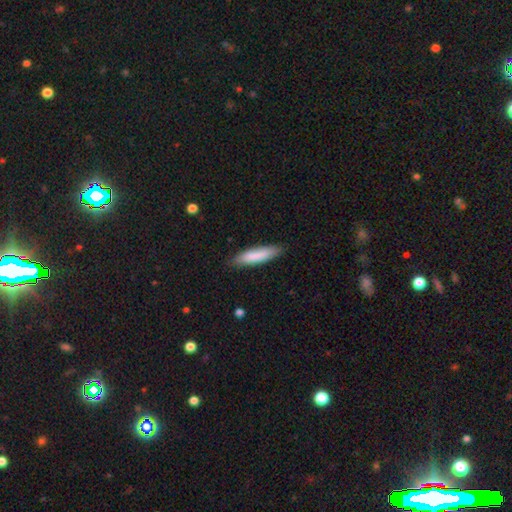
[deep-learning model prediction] A smooth galaxy with no disk features (81%) that is cigar-shaped (75%). Merging: none (84%).